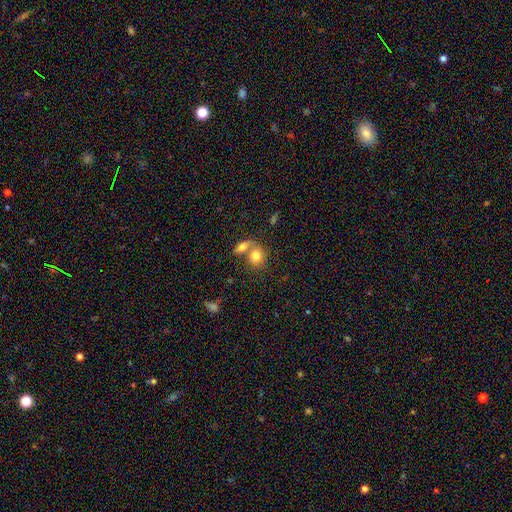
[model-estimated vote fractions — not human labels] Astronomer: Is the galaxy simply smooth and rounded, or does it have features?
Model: smooth — 78%.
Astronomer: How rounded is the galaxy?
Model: round — 59% (runner-up: in between, 39%).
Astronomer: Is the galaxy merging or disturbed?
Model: merger — 51% (runner-up: none, 36%).